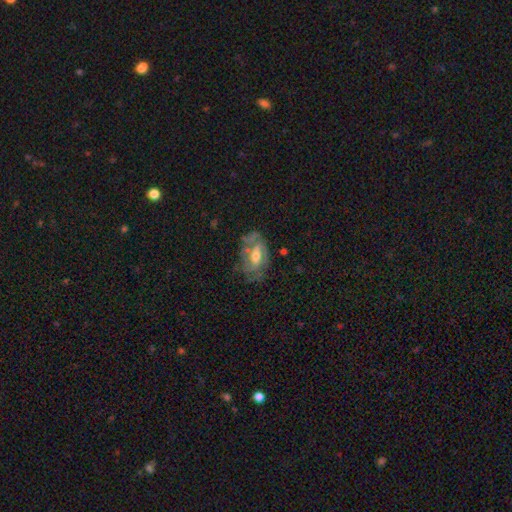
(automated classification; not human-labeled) A featured or disk galaxy (63%) with no bar (45%), spiral arms (59%) and a moderate central bulge (65%).

Vote fractions:
- Smooth or featured? featured or disk: 63% / smooth: 27% / star or artifact: 10%
- Edge-on disk? no: 90% / yes: 10%
- Bar? no: 45% / weak: 40% / strong: 15%
- Spiral arms? yes: 59% / no: 41%
- Bulge size? moderate: 65% / small: 22% / large: 9% / none: 3% / dominant: 1%
- Merging? none: 55% / minor disturbance: 26% / major disturbance: 16% / merger: 3%